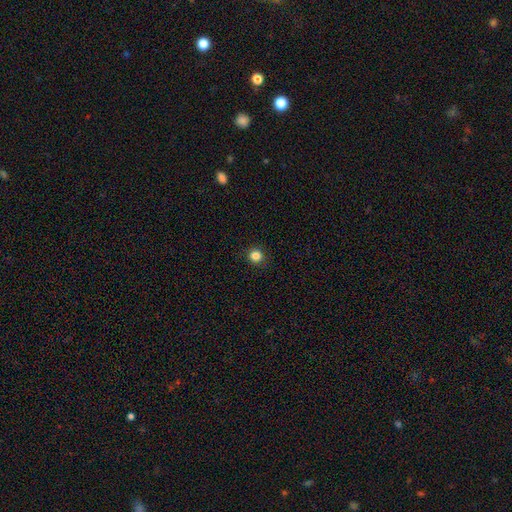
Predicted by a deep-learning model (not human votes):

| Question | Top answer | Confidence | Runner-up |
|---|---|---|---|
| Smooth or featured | smooth | 84% | star or artifact (12%) |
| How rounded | round | 93% | in between (6%) |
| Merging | none | 92% | minor disturbance (5%) |